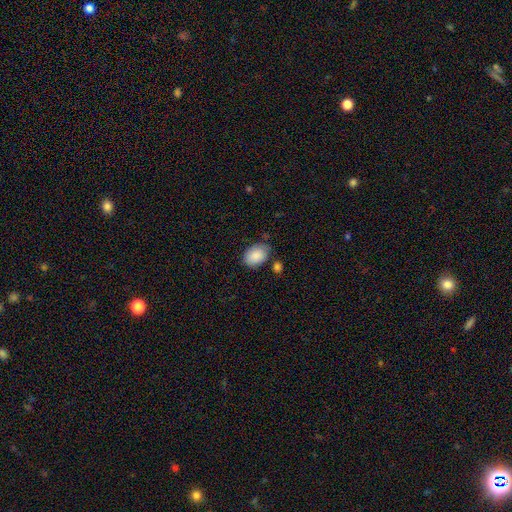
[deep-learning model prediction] smooth-or-featured: smooth: 87% | star or artifact: 7% | featured or disk: 6%
  how-rounded: in between: 80% | round: 19% | cigar-shaped: 1%
  merging: none: 68% | minor disturbance: 21% | merger: 6% | major disturbance: 5%